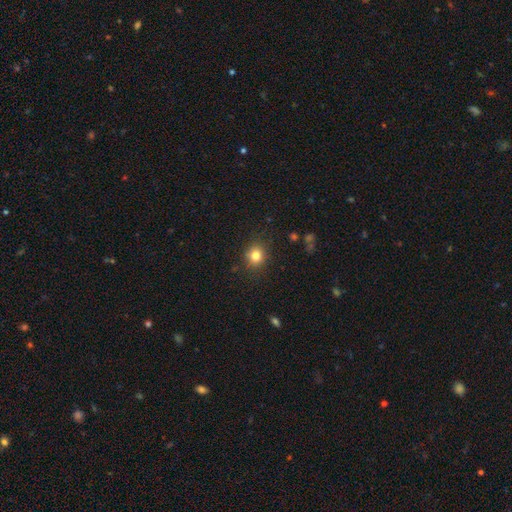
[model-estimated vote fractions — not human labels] This is clearly a smooth galaxy (81%). How rounded: likely round (79%). Merging: clearly none (87%).